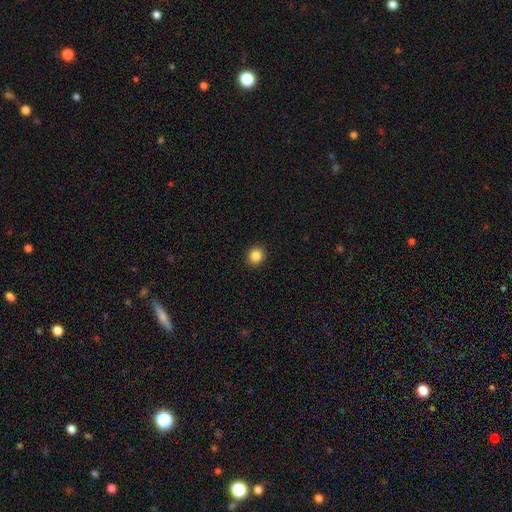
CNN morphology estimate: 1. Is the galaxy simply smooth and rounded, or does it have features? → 86% smooth, 10% star or artifact, 4% featured or disk.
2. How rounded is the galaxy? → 86% round, 13% in between, 1% cigar-shaped.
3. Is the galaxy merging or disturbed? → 92% none, 5% minor disturbance, 2% major disturbance, 1% merger.